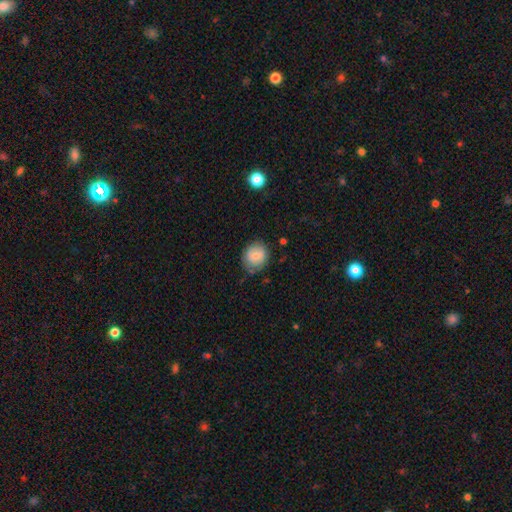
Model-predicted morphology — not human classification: Q: Smooth or featured?
A: smooth (78%); runner-up: featured or disk (14%)
Q: How rounded?
A: round (75%); runner-up: in between (24%)
Q: Merging?
A: none (75%); runner-up: minor disturbance (18%)